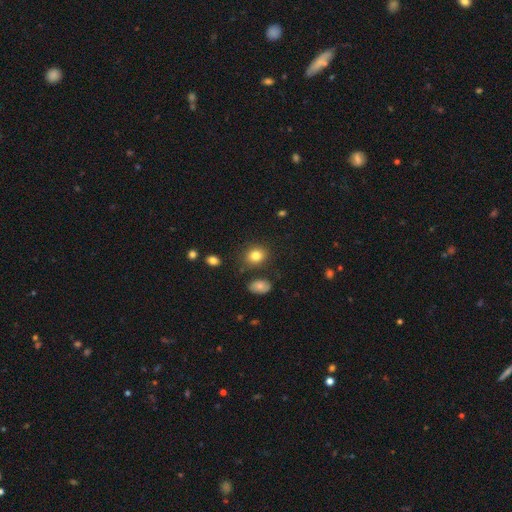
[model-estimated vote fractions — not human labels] Q: Smooth or featured?
A: smooth (83%); runner-up: star or artifact (10%)
Q: How rounded?
A: round (57%); runner-up: in between (42%)
Q: Merging?
A: none (81%); runner-up: minor disturbance (11%)